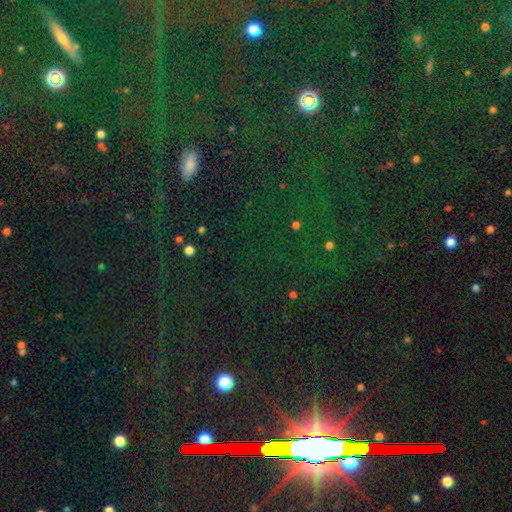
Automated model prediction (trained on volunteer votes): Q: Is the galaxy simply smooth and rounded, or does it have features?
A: star or artifact — 78%.